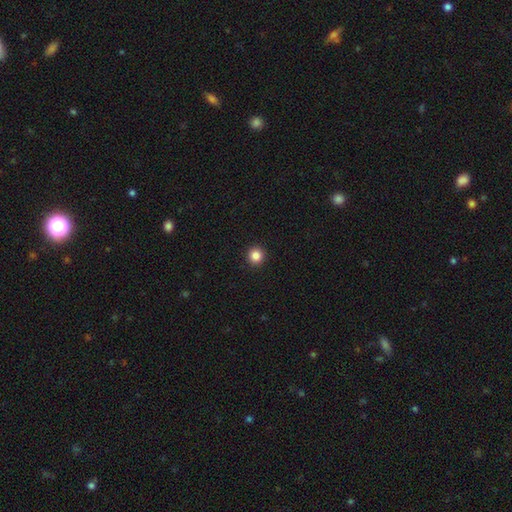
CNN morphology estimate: Q: Smooth or featured?
A: smooth (85%); runner-up: star or artifact (11%)
Q: How rounded?
A: round (95%); runner-up: in between (4%)
Q: Merging?
A: none (94%); runner-up: minor disturbance (4%)